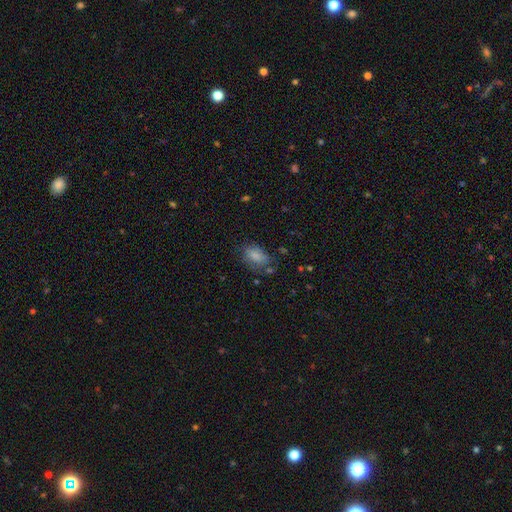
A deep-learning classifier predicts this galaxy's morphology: smooth_or_featured: smooth (p=0.79) [alt: featured or disk p=0.12]
how_rounded: in between (p=0.88) [alt: round p=0.09]
merging: none (p=0.60) [alt: minor disturbance p=0.25]